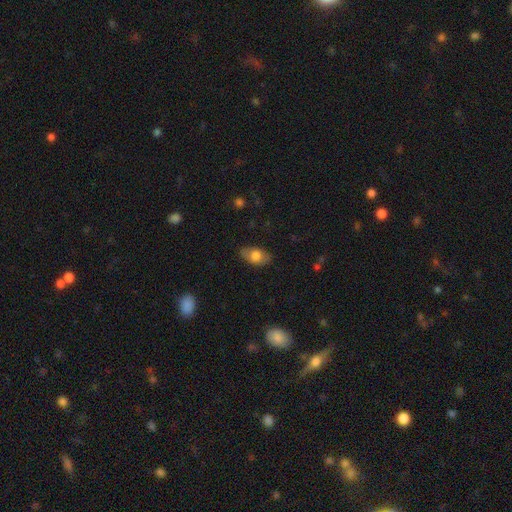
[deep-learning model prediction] Q: Smooth or featured?
A: smooth (71%); runner-up: featured or disk (21%)
Q: How rounded?
A: in between (89%); runner-up: round (9%)
Q: Merging?
A: none (76%); runner-up: minor disturbance (19%)